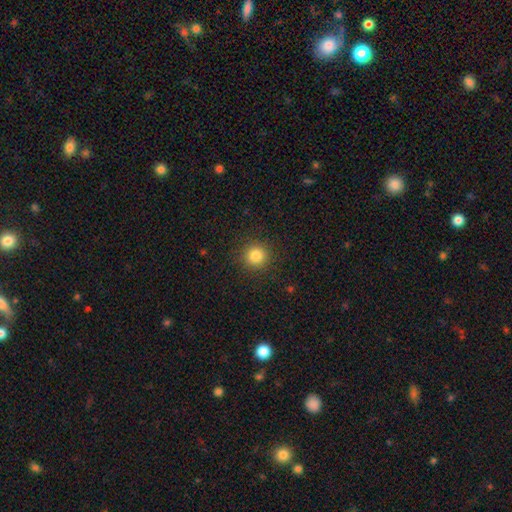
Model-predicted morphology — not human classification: This appears to be a smooth galaxy with no disk features (83%) that is round (94%). Merging: none (91%).